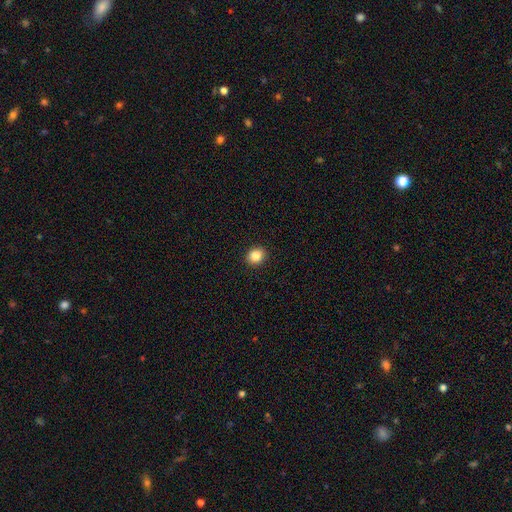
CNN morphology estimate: A smooth galaxy with no disk features (85%) that is round (74%).

Vote fractions:
- Smooth or featured? smooth: 85% / star or artifact: 10% / featured or disk: 5%
- How rounded? round: 74% / in between: 25% / cigar-shaped: 1%
- Merging? none: 92% / minor disturbance: 5% / major disturbance: 2% / merger: 1%